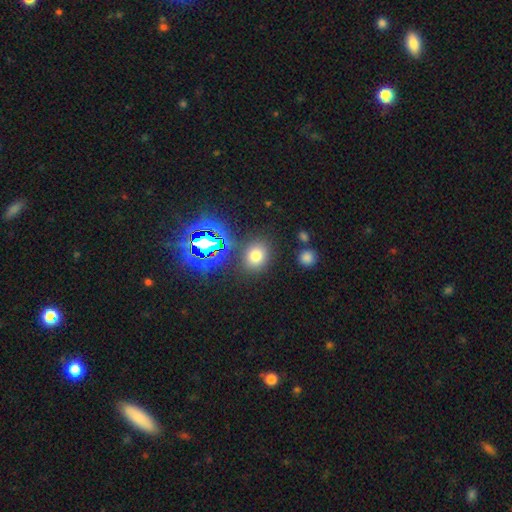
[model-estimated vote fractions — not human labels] The model was most divided on "how rounded": round: 58%, in between: 40%, cigar-shaped: 1%. More confident: merging — none (83%); smooth or featured — smooth (69%).